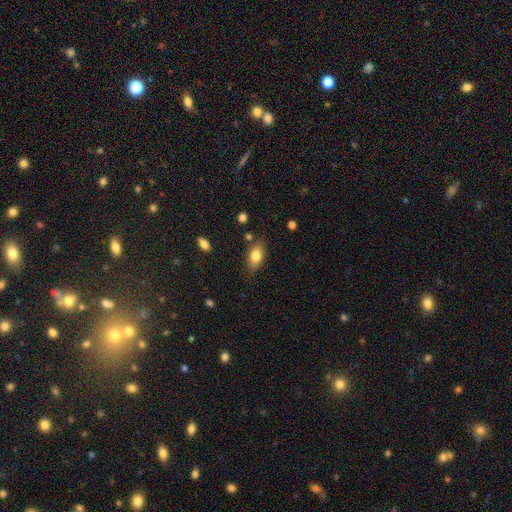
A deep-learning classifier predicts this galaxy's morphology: Overall: smooth (80%). How rounded: in between (88%). Merging: none (80%).